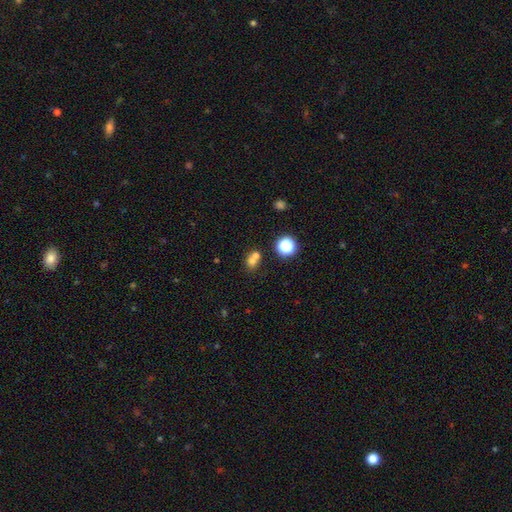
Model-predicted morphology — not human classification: This is likely a smooth galaxy (66%). How rounded: likely round (68%). Merging: possibly merger (54%).